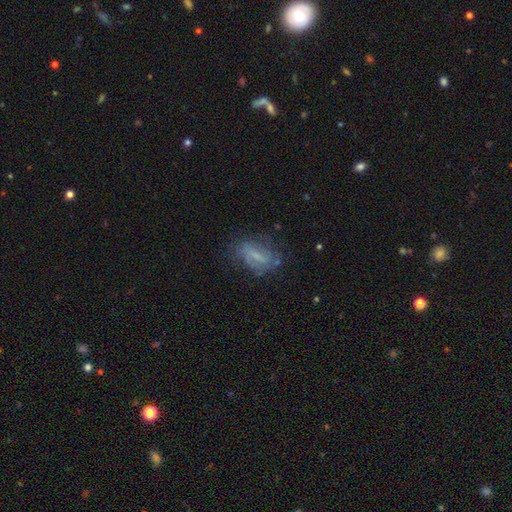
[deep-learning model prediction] Smooth or featured: featured or disk — 51% (smooth — 38%)
Edge-on disk: no — 90% (yes — 10%)
Merging: none — 59% (minor disturbance — 24%)